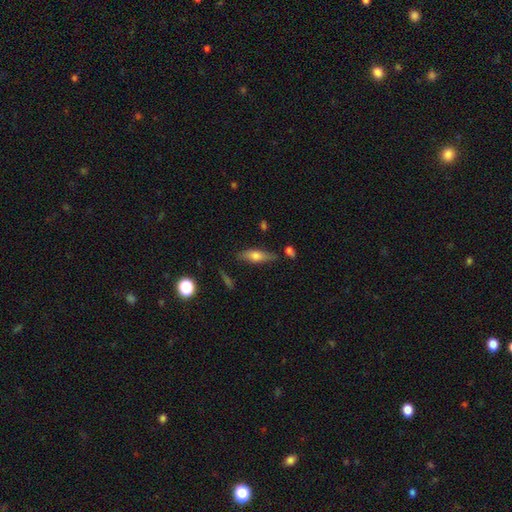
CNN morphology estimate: Smooth or featured: smooth — 60% (featured or disk — 33%)
How rounded: in between — 51% (cigar-shaped — 46%)
Merging: none — 75% (minor disturbance — 16%)